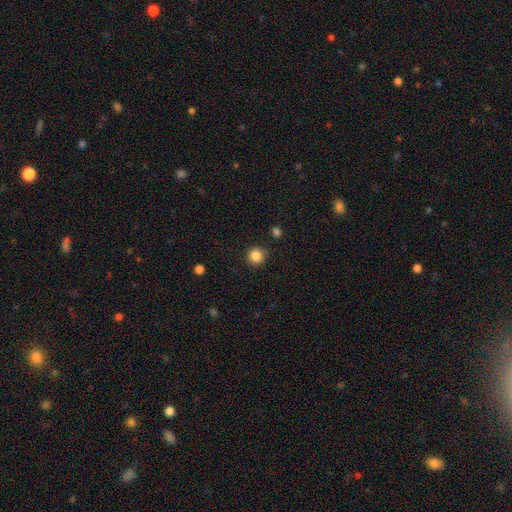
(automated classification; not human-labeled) The model was most divided on "smooth or featured": smooth: 85%, star or artifact: 11%, featured or disk: 4%. More confident: how rounded — round (94%); merging — none (89%).